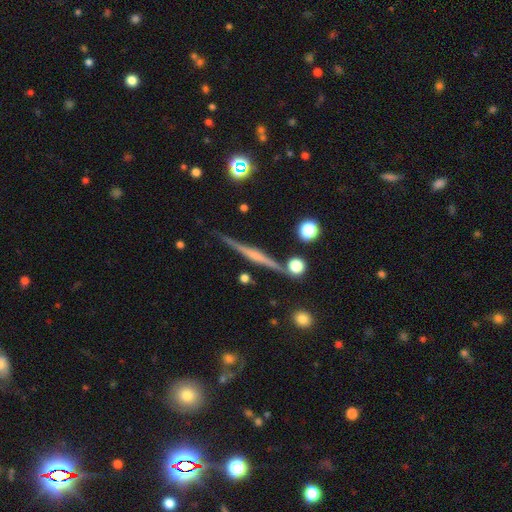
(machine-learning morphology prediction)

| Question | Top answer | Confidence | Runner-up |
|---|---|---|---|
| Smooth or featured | featured or disk | 74% | smooth (18%) |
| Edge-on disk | yes | 98% | no (2%) |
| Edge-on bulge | rounded | 46% | none (31%) |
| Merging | none | 86% | minor disturbance (9%) |